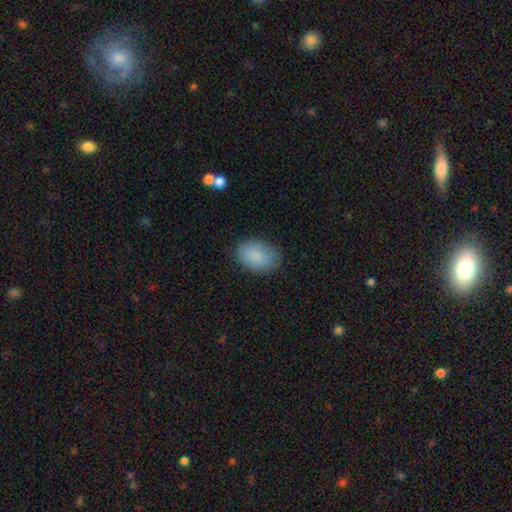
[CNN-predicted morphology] A smooth galaxy with no disk features (88%) that is in between round and cigar-shaped (87%).

Vote fractions:
- Smooth or featured? smooth: 88% / star or artifact: 7% / featured or disk: 5%
- How rounded? in between: 87% / round: 12% / cigar-shaped: 1%
- Merging? none: 83% / minor disturbance: 13% / major disturbance: 3% / merger: 1%